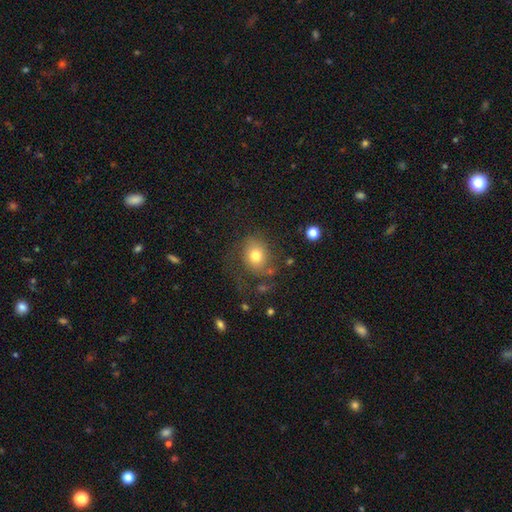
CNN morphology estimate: Smooth or featured?
  - smooth: 71% *
  - featured or disk: 18%
  - star or artifact: 11%
How rounded?
  - round: 59% *
  - in between: 40%
  - cigar-shaped: 1%
Merging?
  - none: 58% *
  - major disturbance: 20%
  - minor disturbance: 19%
  - merger: 3%